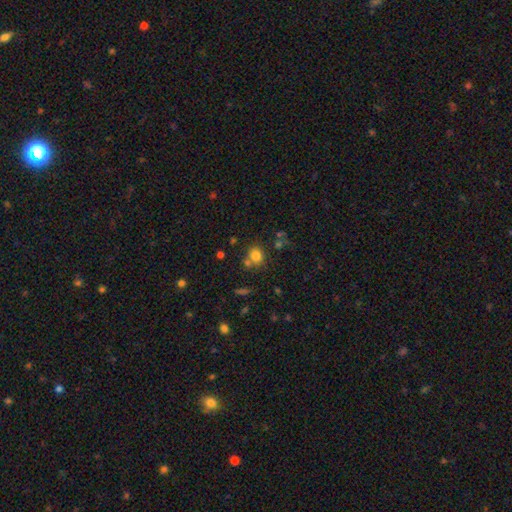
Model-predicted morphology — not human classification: smooth-or-featured: smooth: 79% | star or artifact: 14% | featured or disk: 8%
  how-rounded: round: 71% | in between: 28% | cigar-shaped: 1%
  merging: none: 65% | merger: 19% | minor disturbance: 12% | major disturbance: 5%